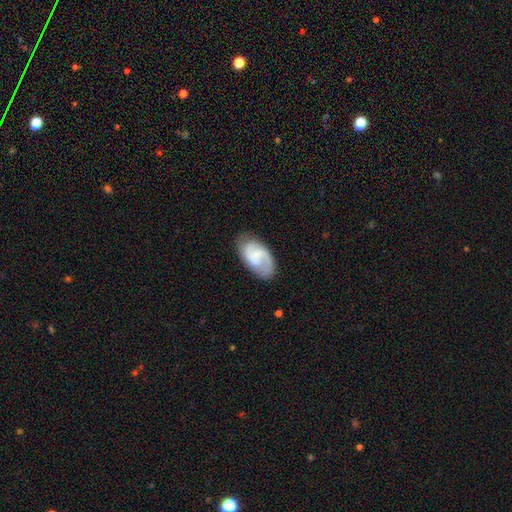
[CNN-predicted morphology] The model was most divided on "bulge size": none: 41%, small: 36%, moderate: 17%, large: 4%, dominant: 1%. Remaining: edge-on disk — no (97%); spiral arms — yes (92%); merging — none (73%); spiral arm count — 2 (73%); smooth or featured — featured or disk (63%); bar — weak (48%); spiral winding — medium (47%).